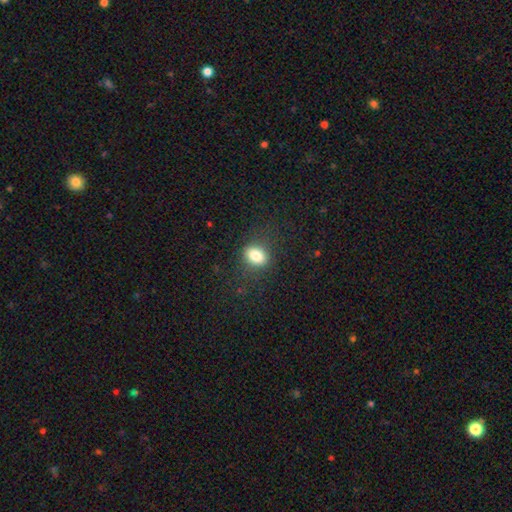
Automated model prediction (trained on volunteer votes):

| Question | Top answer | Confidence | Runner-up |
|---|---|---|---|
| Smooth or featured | smooth | 82% | star or artifact (11%) |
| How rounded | in between | 58% | round (41%) |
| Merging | none | 83% | minor disturbance (11%) |